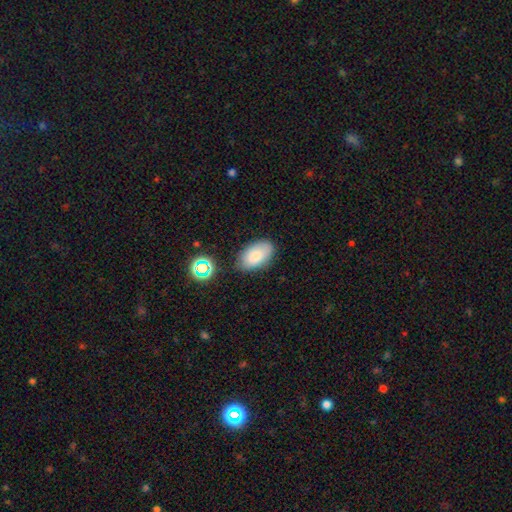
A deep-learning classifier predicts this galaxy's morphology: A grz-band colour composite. It shows a smooth galaxy with no disk features (82%) that is in between round and cigar-shaped (93%). Merging: none (78%).